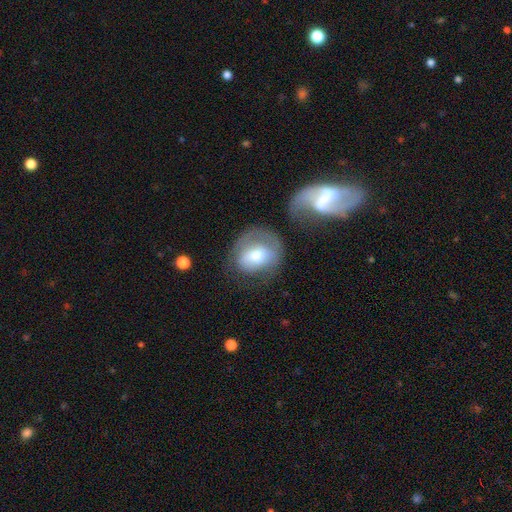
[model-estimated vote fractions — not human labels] Smooth or featured?
  - smooth: 52% *
  - featured or disk: 41%
  - star or artifact: 7%
How rounded?
  - round: 61% *
  - in between: 38%
  - cigar-shaped: 1%
Merging?
  - none: 43% *
  - major disturbance: 23%
  - minor disturbance: 23%
  - merger: 11%